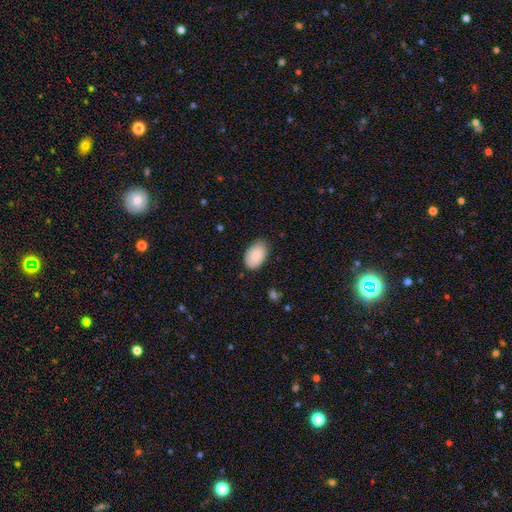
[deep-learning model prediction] smooth_or_featured: smooth (p=0.84) [alt: featured or disk p=0.09]
how_rounded: in between (p=0.91) [alt: round p=0.08]
merging: none (p=0.76) [alt: minor disturbance p=0.20]